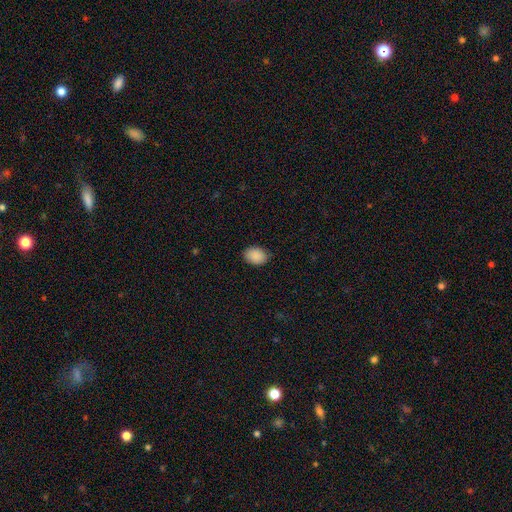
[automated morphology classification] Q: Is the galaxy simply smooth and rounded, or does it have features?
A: smooth — 90%.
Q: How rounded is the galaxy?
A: in between — 75%.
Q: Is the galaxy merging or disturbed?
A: none — 85%.